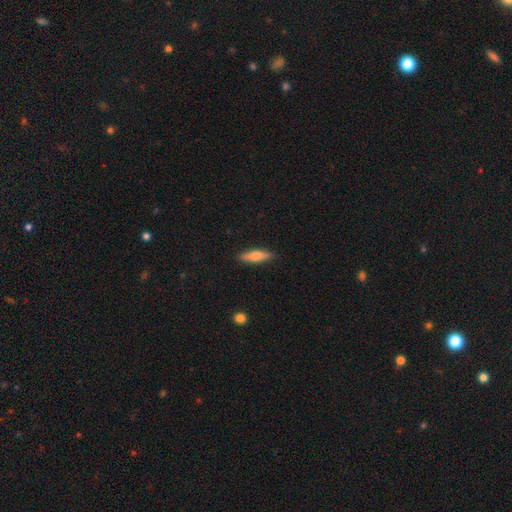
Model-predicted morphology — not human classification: Smooth or featured: smooth — 71% (featured or disk — 23%)
How rounded: cigar-shaped — 63% (in between — 35%)
Merging: none — 88% (minor disturbance — 9%)